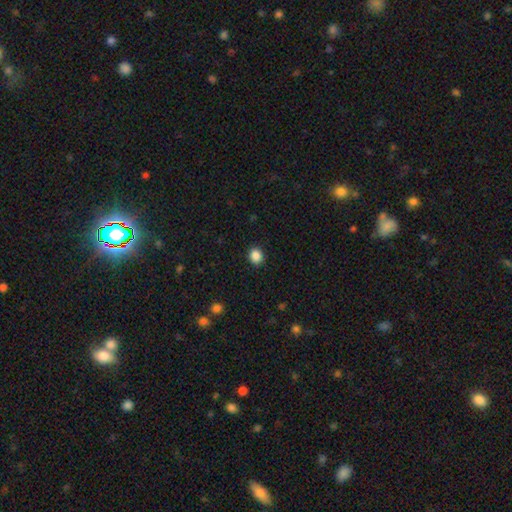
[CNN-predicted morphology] The model was most divided on "how rounded": round: 68%, in between: 31%, cigar-shaped: 1%. More confident: merging — none (91%); smooth or featured — smooth (87%).